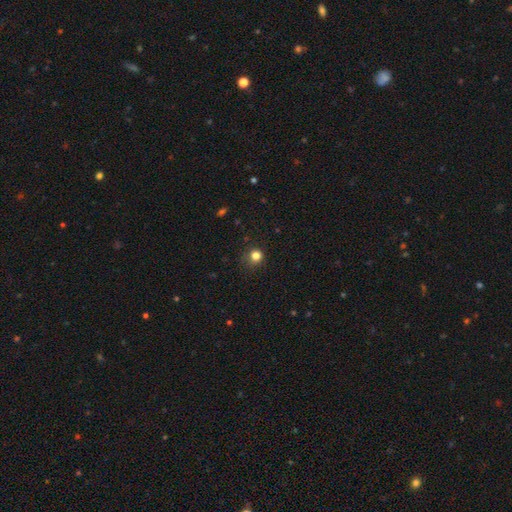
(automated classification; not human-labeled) Smooth or featured?
  - smooth: 81% *
  - star or artifact: 14%
  - featured or disk: 5%
How rounded?
  - round: 88% *
  - in between: 11%
  - cigar-shaped: 1%
Merging?
  - none: 78% *
  - minor disturbance: 15%
  - major disturbance: 5%
  - merger: 1%